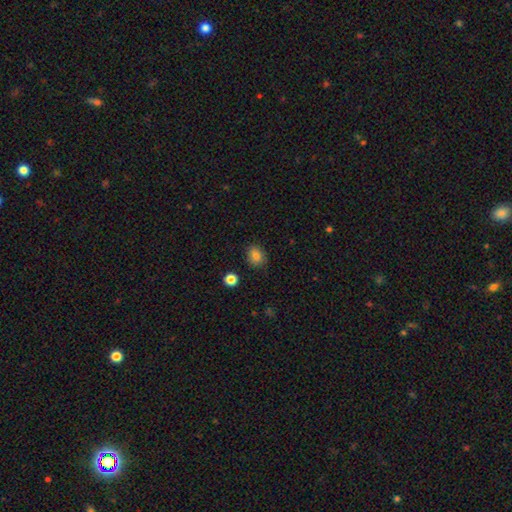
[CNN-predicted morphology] This appears to be a smooth galaxy with no disk features (83%) that is round (52%). Merging: none (86%).